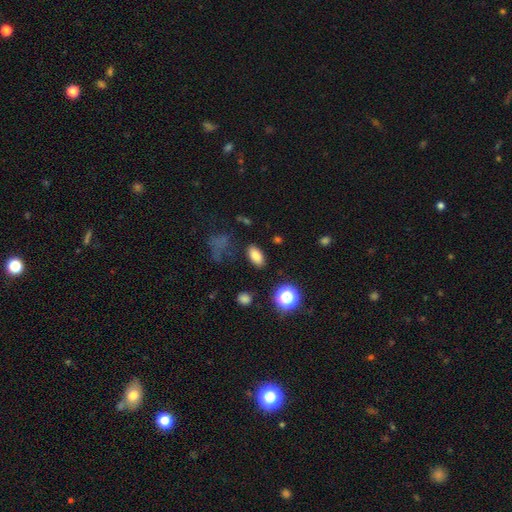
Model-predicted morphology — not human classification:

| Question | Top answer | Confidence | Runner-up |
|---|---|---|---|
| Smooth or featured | smooth | 80% | star or artifact (13%) |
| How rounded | in between | 90% | round (7%) |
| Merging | none | 85% | minor disturbance (9%) |